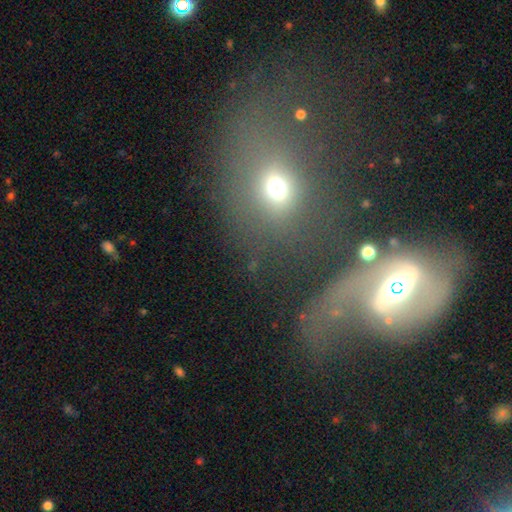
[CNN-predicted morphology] smooth-or-featured: featured or disk: 48% | smooth: 36% | star or artifact: 16%
  merging: none: 36% | merger: 29% | major disturbance: 20% | minor disturbance: 14%